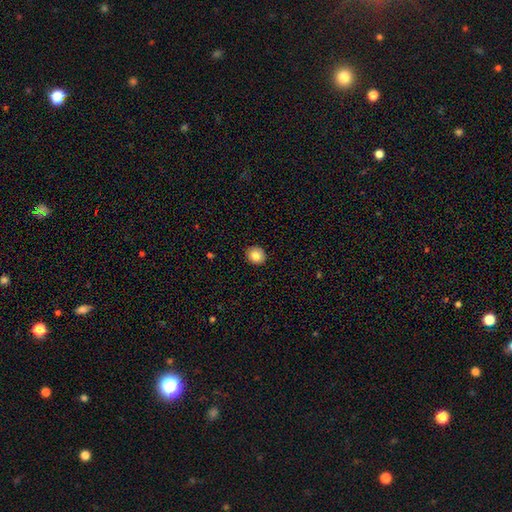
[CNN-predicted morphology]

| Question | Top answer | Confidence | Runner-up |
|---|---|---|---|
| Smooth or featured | smooth | 83% | star or artifact (9%) |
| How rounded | round | 83% | in between (16%) |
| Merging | none | 91% | minor disturbance (6%) |